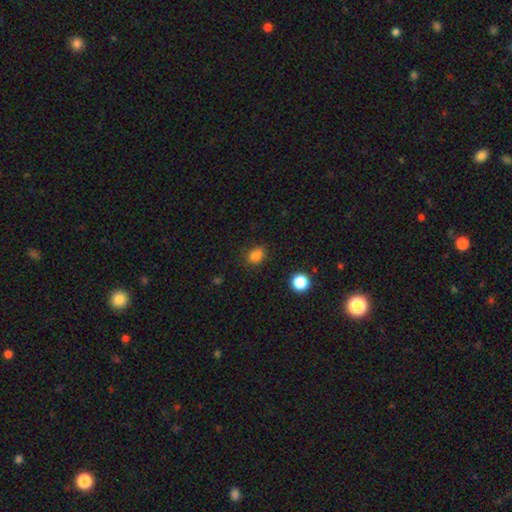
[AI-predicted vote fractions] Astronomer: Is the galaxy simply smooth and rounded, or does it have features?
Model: smooth — 82%.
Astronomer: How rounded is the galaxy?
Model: in between — 57% (runner-up: round, 41%).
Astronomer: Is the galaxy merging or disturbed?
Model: none — 72%.